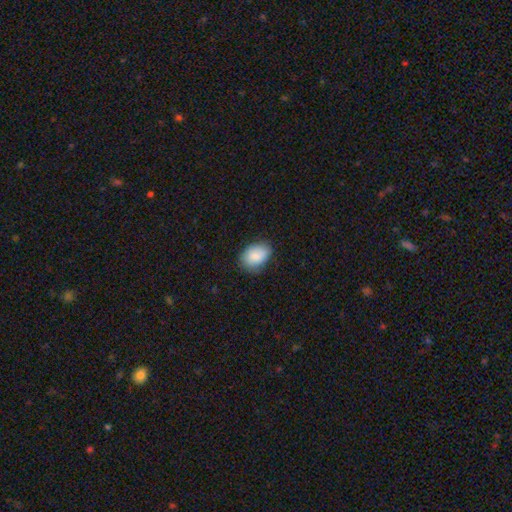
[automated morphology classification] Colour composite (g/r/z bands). It shows a smooth galaxy with no disk features (83%) that is in between round and cigar-shaped (78%). Merging: none (74%).